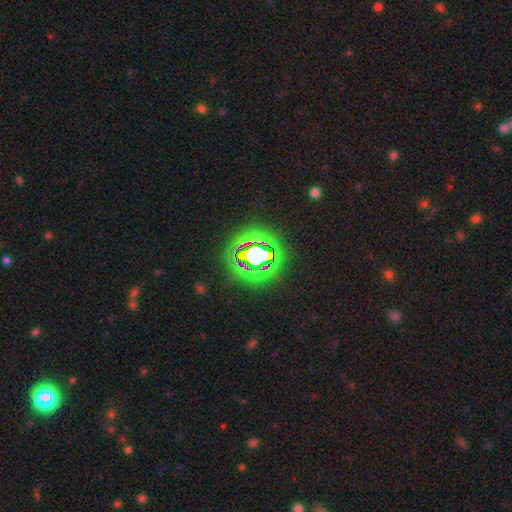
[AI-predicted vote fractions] smooth_or_featured: star or artifact (p=0.76) [alt: smooth p=0.14]